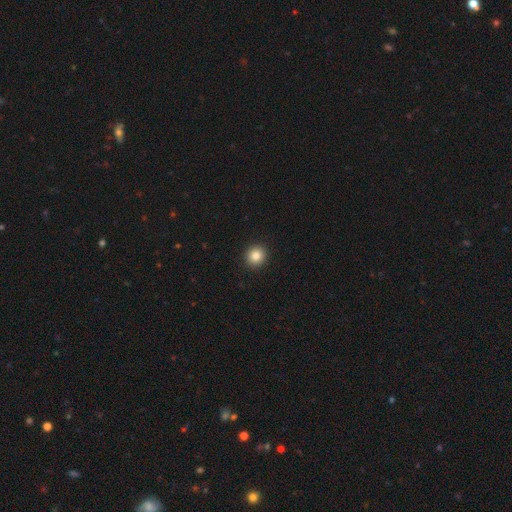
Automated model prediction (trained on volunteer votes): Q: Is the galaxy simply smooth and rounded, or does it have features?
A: smooth — 85%.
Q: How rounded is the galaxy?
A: round — 91%.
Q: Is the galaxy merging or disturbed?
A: none — 93%.